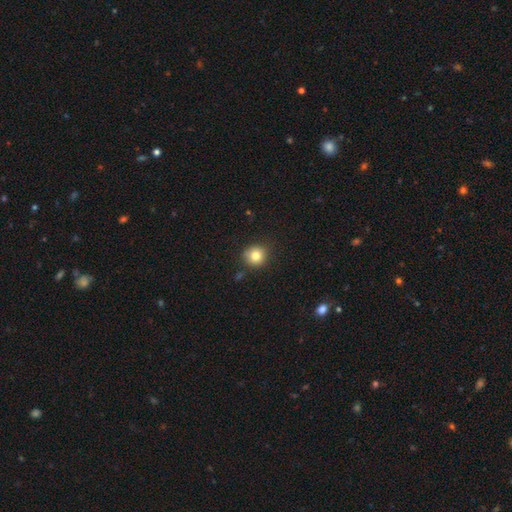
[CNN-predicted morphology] A smooth galaxy with no disk features (81%) that is round (88%).

Vote fractions:
- Smooth or featured? smooth: 81% / star or artifact: 11% / featured or disk: 8%
- How rounded? round: 88% / in between: 11% / cigar-shaped: 1%
- Merging? none: 83% / minor disturbance: 12% / major disturbance: 3% / merger: 3%